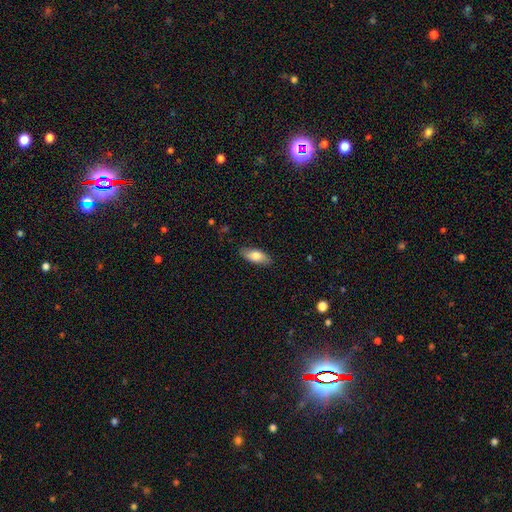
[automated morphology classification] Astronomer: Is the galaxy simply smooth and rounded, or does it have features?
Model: smooth — 78%.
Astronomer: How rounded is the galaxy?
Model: in between — 78%.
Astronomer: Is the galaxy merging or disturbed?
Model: none — 85%.